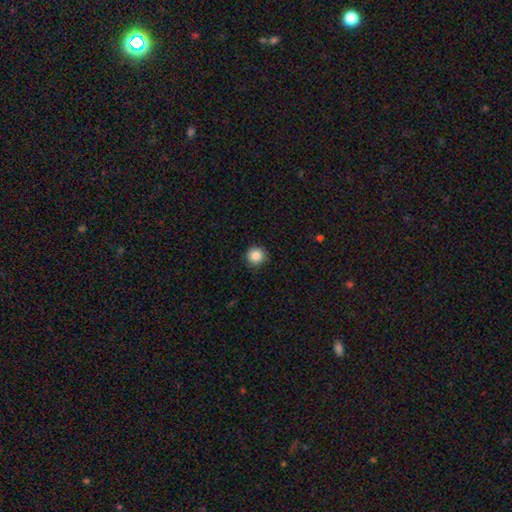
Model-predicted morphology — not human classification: smooth_or_featured: smooth (p=0.86) [alt: star or artifact p=0.10]
how_rounded: round (p=0.95) [alt: in between p=0.04]
merging: none (p=0.89) [alt: minor disturbance p=0.08]